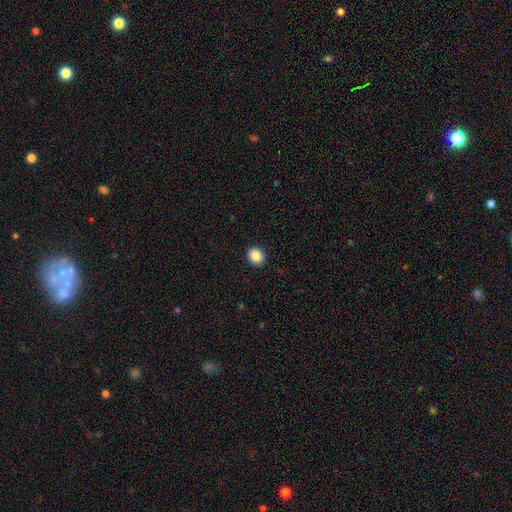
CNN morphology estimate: type=smooth (88%); roundness=round (70%); merging=none (92%).